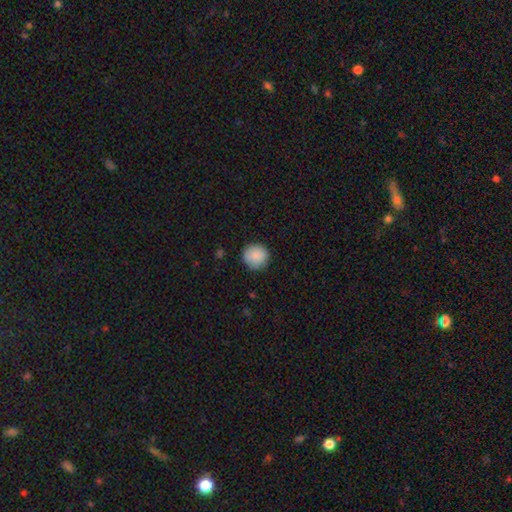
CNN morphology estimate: Overall: smooth (88%). How rounded: round (94%). Merging: none (88%).